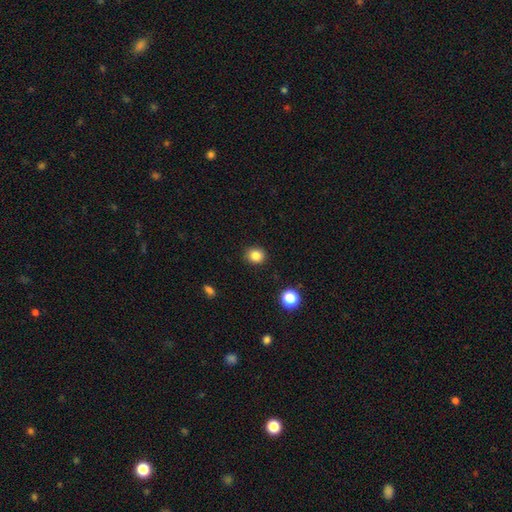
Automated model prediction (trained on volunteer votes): This is clearly a smooth galaxy (84%). How rounded: likely round (77%). Merging: clearly none (90%).